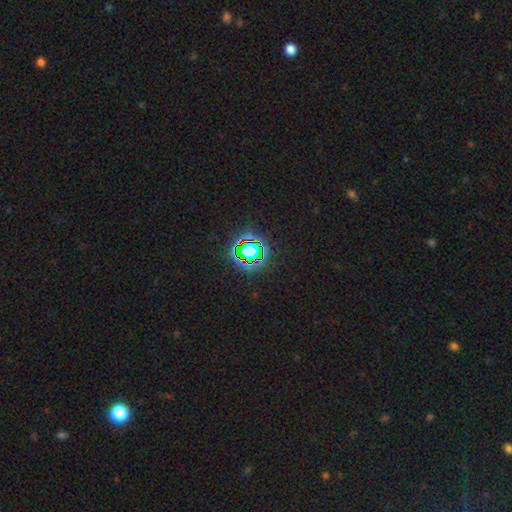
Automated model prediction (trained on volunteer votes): Smooth or featured? star or artifact (76%)